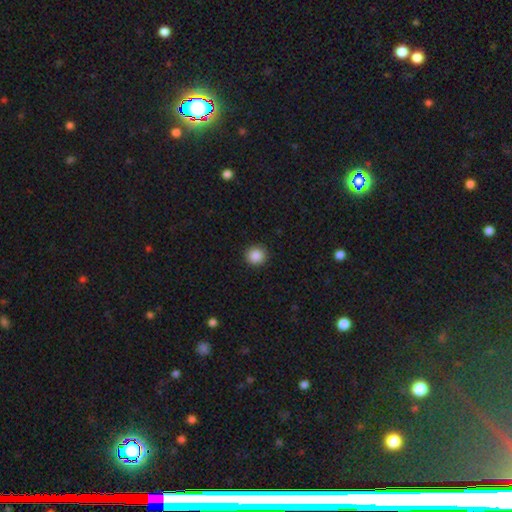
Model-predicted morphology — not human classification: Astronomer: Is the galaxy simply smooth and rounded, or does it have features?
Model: smooth — 87%.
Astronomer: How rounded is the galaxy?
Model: round — 93%.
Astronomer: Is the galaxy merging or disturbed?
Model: none — 92%.